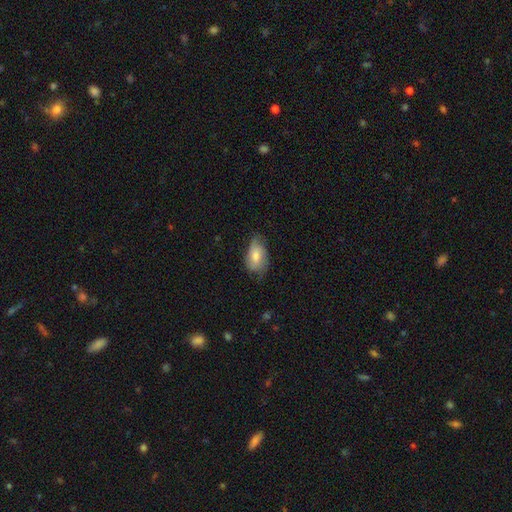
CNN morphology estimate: smooth_or_featured: smooth (p=0.68) [alt: featured or disk p=0.26]
how_rounded: in between (p=0.90) [alt: round p=0.08]
merging: none (p=0.53) [alt: minor disturbance p=0.35]